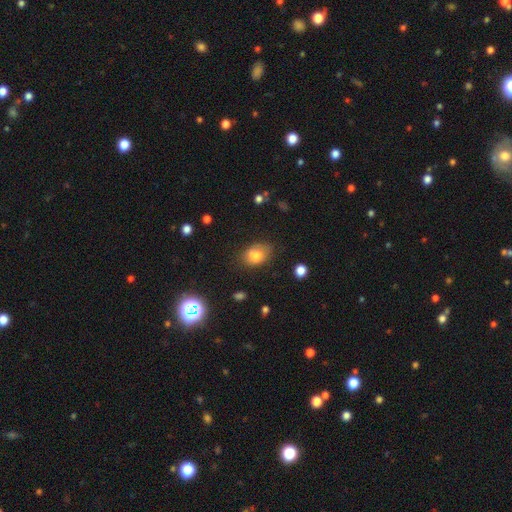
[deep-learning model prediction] A smooth galaxy with no disk features (74%) that is in between round and cigar-shaped (76%).

Vote fractions:
- Smooth or featured? smooth: 74% / featured or disk: 15% / star or artifact: 11%
- How rounded? in between: 76% / round: 23% / cigar-shaped: 1%
- Merging? none: 59% / minor disturbance: 27% / major disturbance: 9% / merger: 5%